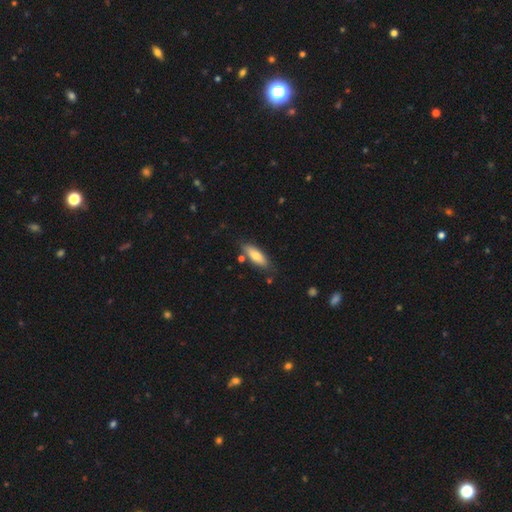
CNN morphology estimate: Smooth or featured? smooth (75%)
How rounded? in between (60%)
Merging? none (78%)